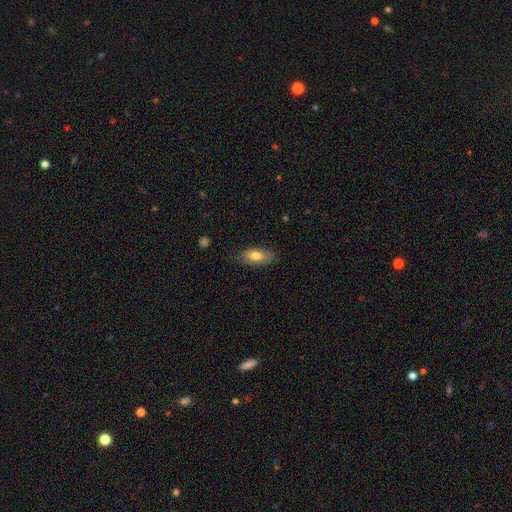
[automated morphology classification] Overall: smooth (75%). How rounded: in between (87%). Merging: none (79%).